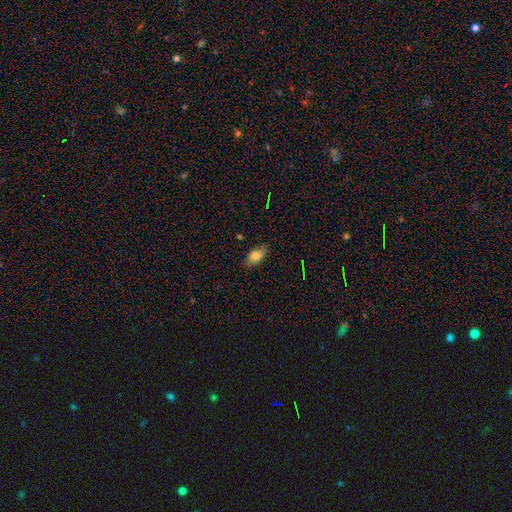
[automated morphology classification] Smooth or featured? smooth (80%)
How rounded? in between (90%)
Merging? none (79%)